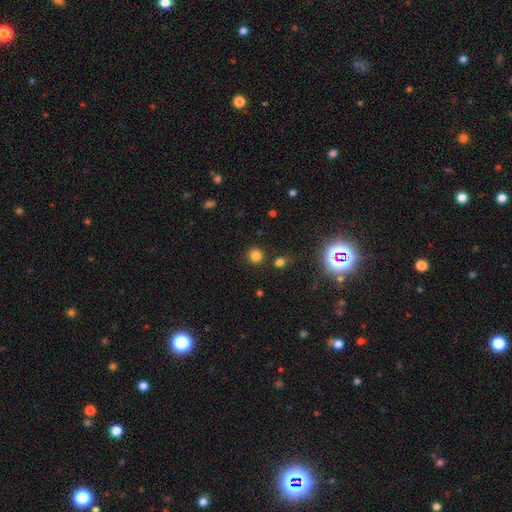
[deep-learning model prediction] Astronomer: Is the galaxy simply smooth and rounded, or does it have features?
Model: smooth — 79%.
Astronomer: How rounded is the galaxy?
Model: round — 92%.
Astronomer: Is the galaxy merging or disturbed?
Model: none — 85%.